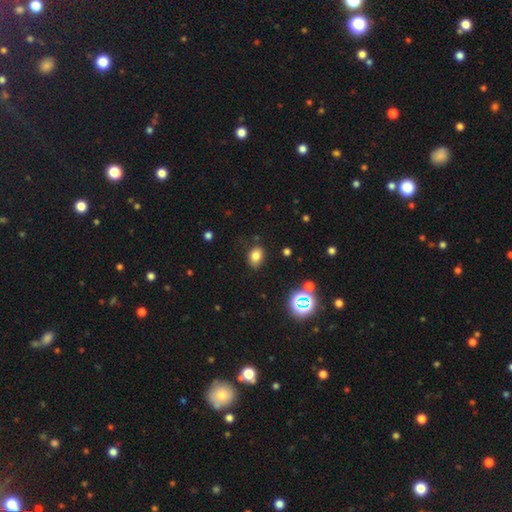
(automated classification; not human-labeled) This is likely a smooth galaxy (78%). How rounded: likely in between (73%). Merging: likely none (80%).